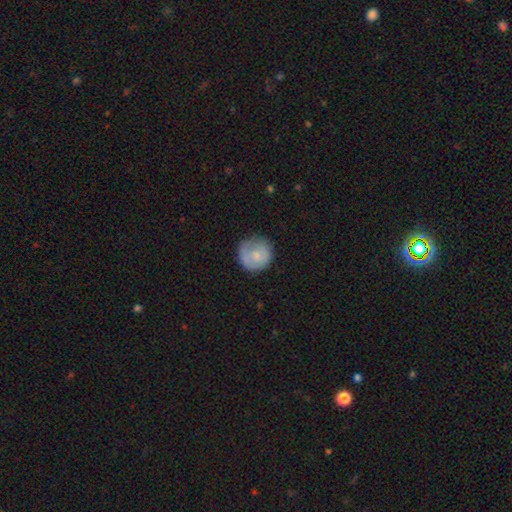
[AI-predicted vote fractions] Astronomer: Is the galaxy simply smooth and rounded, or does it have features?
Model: smooth — 72%.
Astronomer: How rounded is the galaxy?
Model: round — 91%.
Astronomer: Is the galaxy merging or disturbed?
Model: none — 68%.